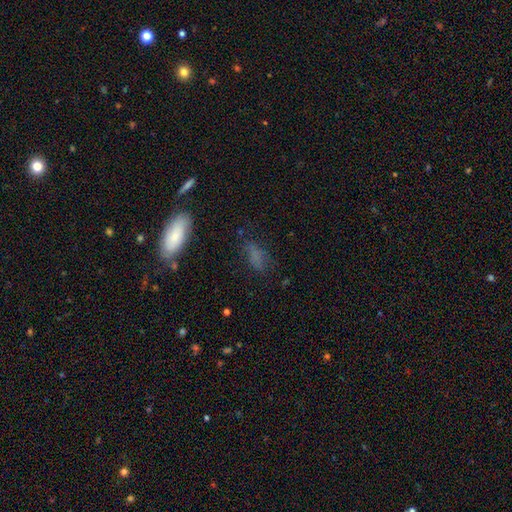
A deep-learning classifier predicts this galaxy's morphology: Smooth or featured? Predicted: smooth (p=0.68). How rounded? Predicted: in between (p=0.72). Merging? Predicted: none (p=0.60).